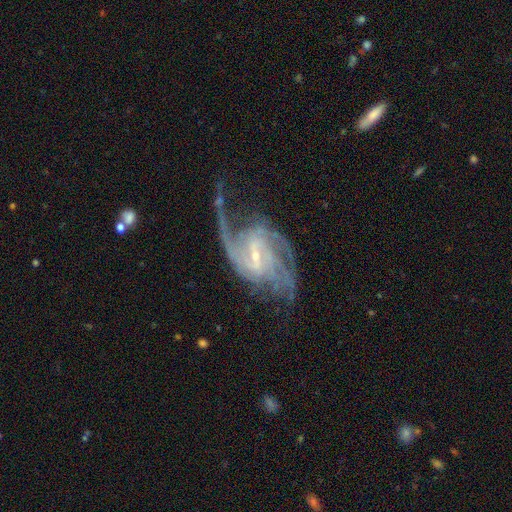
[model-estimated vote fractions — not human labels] A featured or disk galaxy (90%) with a weak bar (51%), 2 (40%) medium (43%) spiral arms (97%) and a small central bulge (75%).

Vote fractions:
- Smooth or featured? featured or disk: 90% / star or artifact: 5% / smooth: 4%
- Edge-on disk? no: 97% / yes: 3%
- Bar? weak: 51% / strong: 32% / no: 18%
- Spiral arms? yes: 97% / no: 3%
- Spiral winding? medium: 43% / loose: 34% / tight: 22%
- Spiral arm count? 2: 40% / can't tell: 18% / 3: 17% / 4: 10% / 1: 8% / more than 4: 7%
- Bulge size? small: 75% / moderate: 20% / none: 3% / large: 2% / dominant: 1%
- Merging? none: 52% / major disturbance: 27% / minor disturbance: 18% / merger: 3%